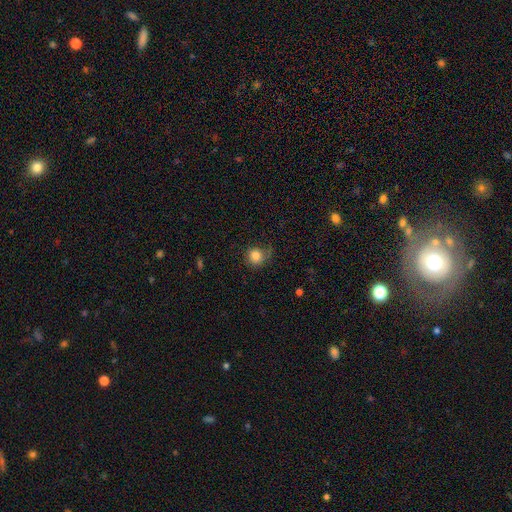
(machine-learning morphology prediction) This is clearly a smooth galaxy (82%). How rounded: clearly round (87%). Merging: likely none (61%).